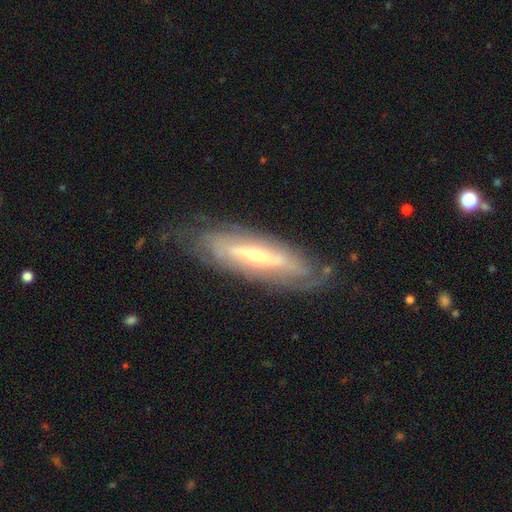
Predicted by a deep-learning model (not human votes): Smooth or featured: featured or disk — 78% (smooth — 16%)
Edge-on disk: no — 66% (yes — 34%)
Bar: no — 39% (strong — 33%)
Spiral arms: yes — 76% (no — 24%)
Bulge size: small — 55% (moderate — 40%)
Merging: none — 73% (minor disturbance — 18%)